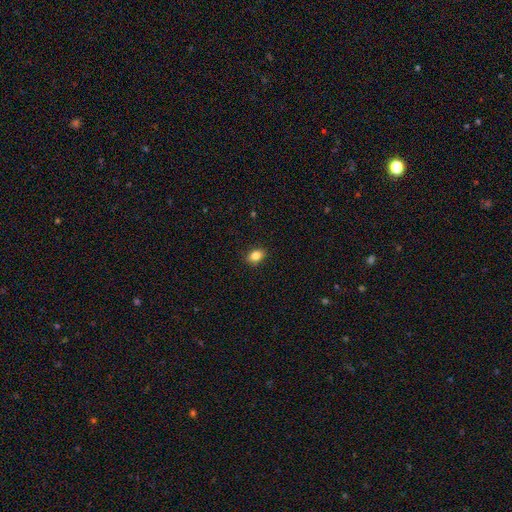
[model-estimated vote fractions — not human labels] Smooth or featured? Predicted: smooth (p=0.83). How rounded? Predicted: in between (p=0.80). Merging? Predicted: none (p=0.88).